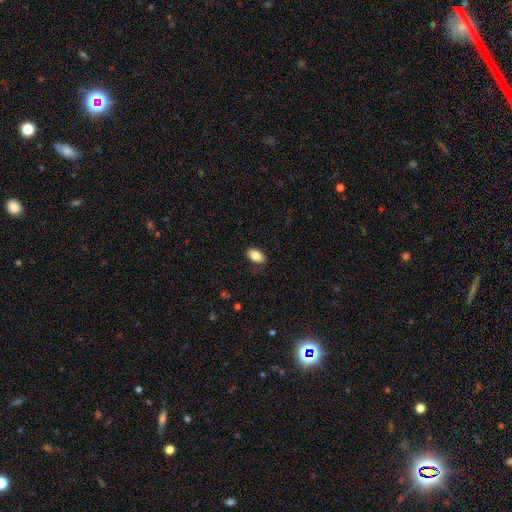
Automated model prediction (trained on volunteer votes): Smooth or featured: smooth — 84% (featured or disk — 9%)
How rounded: in between — 92% (round — 5%)
Merging: none — 80% (minor disturbance — 15%)